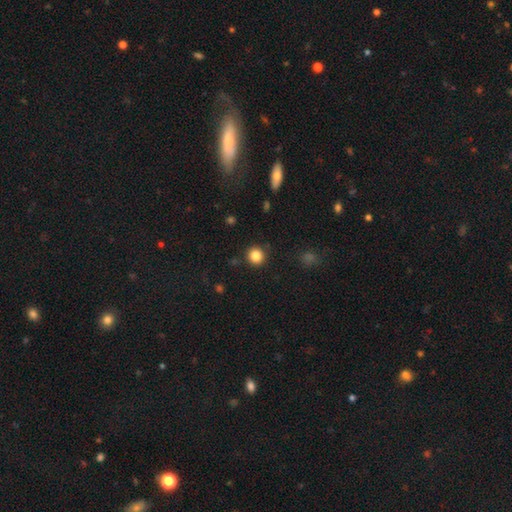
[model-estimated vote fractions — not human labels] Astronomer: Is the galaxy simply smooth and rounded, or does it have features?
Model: smooth — 84%.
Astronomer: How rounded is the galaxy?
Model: round — 91%.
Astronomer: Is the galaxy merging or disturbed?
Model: none — 90%.